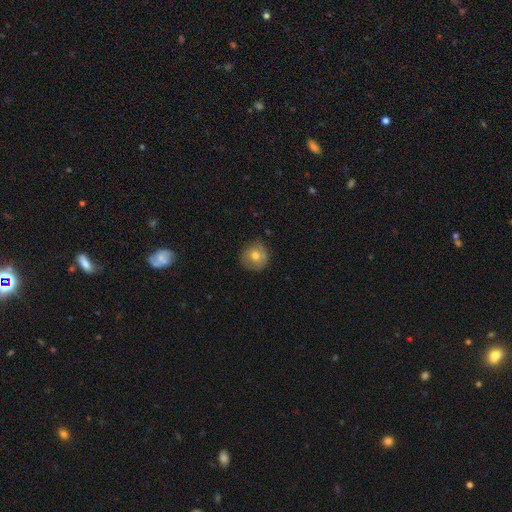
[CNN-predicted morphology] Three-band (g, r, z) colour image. It shows a smooth galaxy with no disk features (69%) that is round (92%). Merging: none (77%).